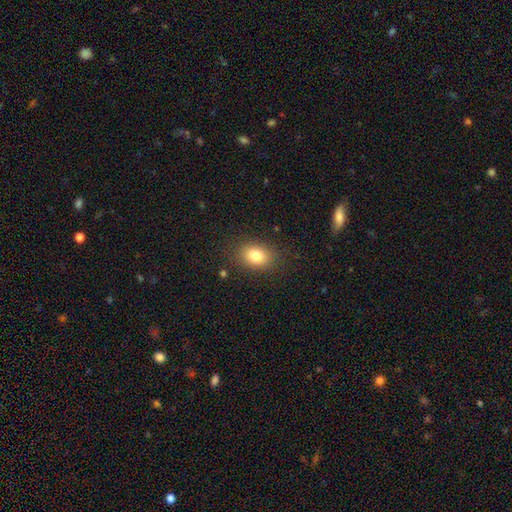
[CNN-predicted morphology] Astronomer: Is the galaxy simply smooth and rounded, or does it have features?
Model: smooth — 81%.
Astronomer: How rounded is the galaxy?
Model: in between — 68%.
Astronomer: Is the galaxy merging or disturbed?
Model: none — 85%.